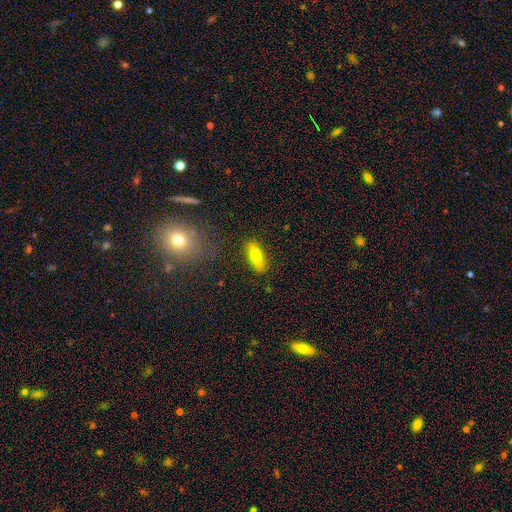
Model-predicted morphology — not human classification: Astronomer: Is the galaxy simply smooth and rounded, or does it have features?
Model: smooth — 72%.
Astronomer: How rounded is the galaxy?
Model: in between — 58% (runner-up: cigar-shaped, 39%).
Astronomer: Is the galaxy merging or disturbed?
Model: none — 86%.